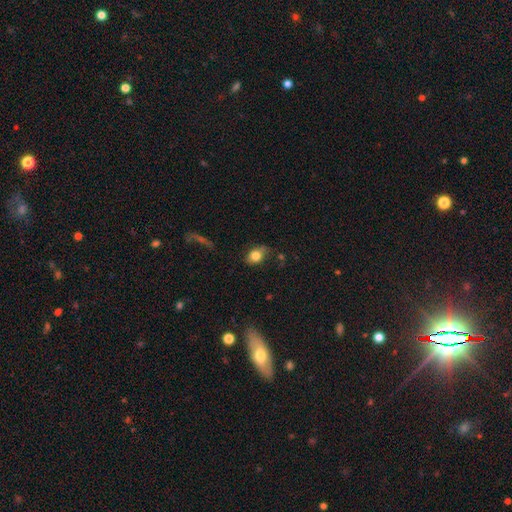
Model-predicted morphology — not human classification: A smooth galaxy with no disk features (79%) that is in between round and cigar-shaped (61%).

Vote fractions:
- Smooth or featured? smooth: 79% / featured or disk: 11% / star or artifact: 9%
- How rounded? in between: 61% / round: 37% / cigar-shaped: 2%
- Merging? none: 57% / minor disturbance: 29% / major disturbance: 11% / merger: 4%